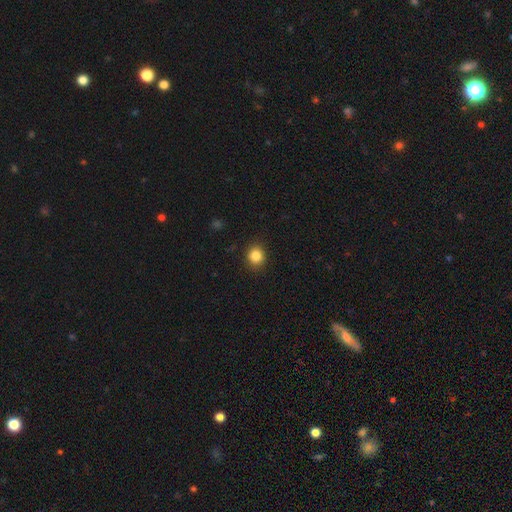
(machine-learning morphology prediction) A smooth galaxy with no disk features (86%) that is round (82%). Merging: none (88%).